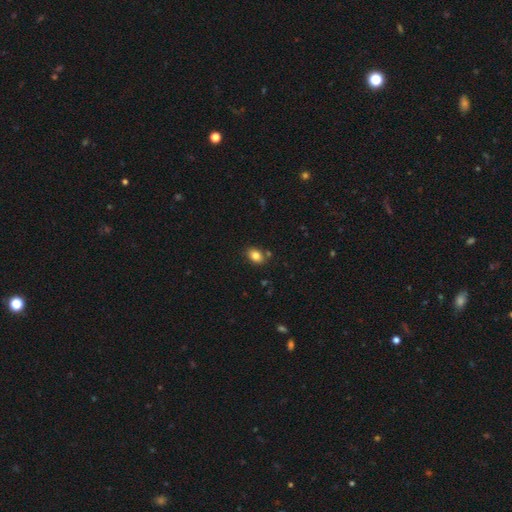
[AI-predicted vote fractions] A smooth galaxy with no disk features (83%) that is in between round and cigar-shaped (72%). Merging: none (80%).